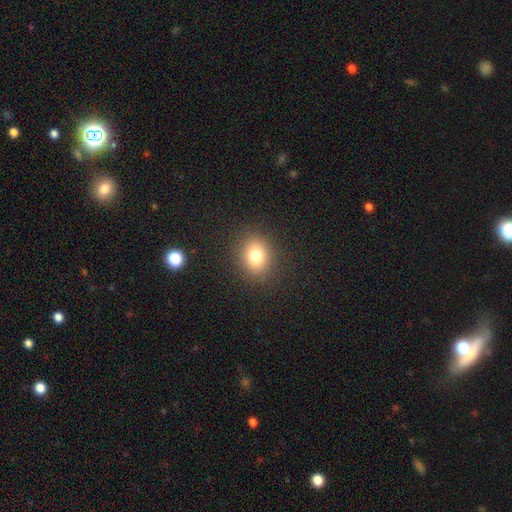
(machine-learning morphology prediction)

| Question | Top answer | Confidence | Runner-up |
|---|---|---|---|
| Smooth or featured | smooth | 77% | star or artifact (13%) |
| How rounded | round | 64% | in between (35%) |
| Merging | none | 88% | minor disturbance (7%) |